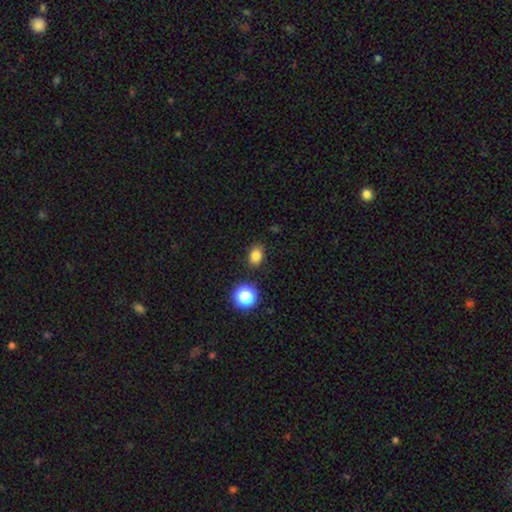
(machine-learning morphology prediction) smooth_or_featured: smooth (p=0.82) [alt: star or artifact p=0.14]
how_rounded: in between (p=0.60) [alt: round p=0.39]
merging: none (p=0.83) [alt: minor disturbance p=0.11]